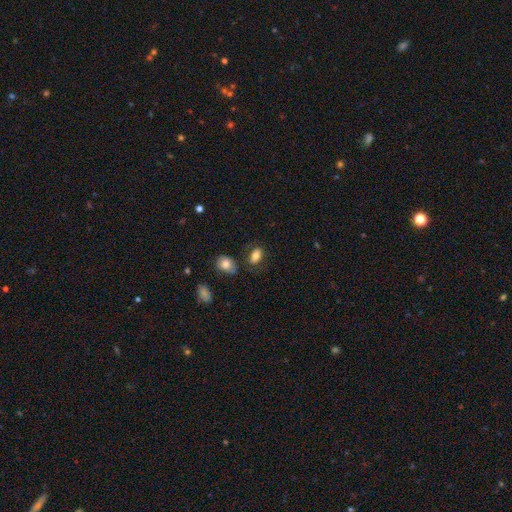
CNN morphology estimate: smooth-or-featured: smooth: 80% | featured or disk: 11% | star or artifact: 9%
  how-rounded: in between: 86% | round: 12% | cigar-shaped: 2%
  merging: none: 71% | minor disturbance: 16% | merger: 7% | major disturbance: 5%